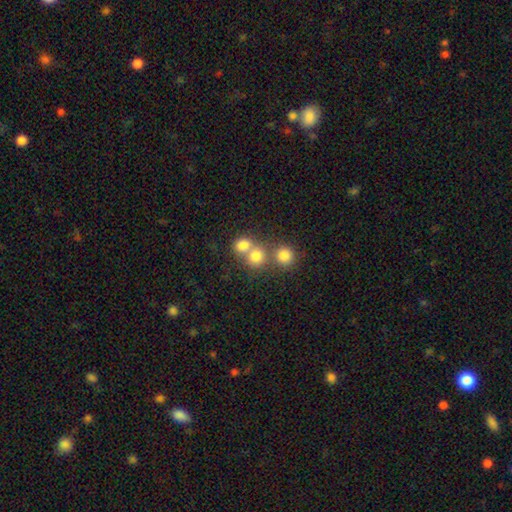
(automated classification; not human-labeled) A smooth galaxy with no disk features (76%) that is round (81%).

Vote fractions:
- Smooth or featured? smooth: 76% / star or artifact: 14% / featured or disk: 11%
- How rounded? round: 81% / in between: 18% / cigar-shaped: 1%
- Merging? merger: 47% / none: 43% / minor disturbance: 6% / major disturbance: 3%